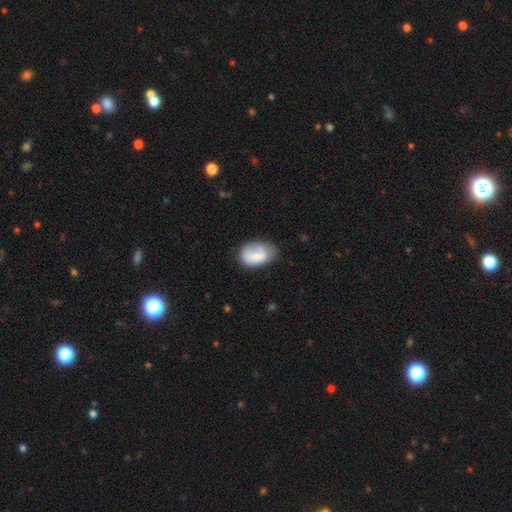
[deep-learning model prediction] Overall: smooth (75%). How rounded: in between (85%). Merging: none (51%; minor disturbance 30%).